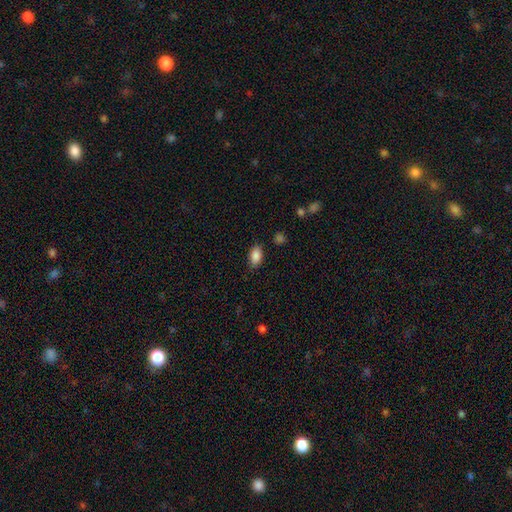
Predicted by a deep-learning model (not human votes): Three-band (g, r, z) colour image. It shows a smooth galaxy with no disk features (87%) that is in between round and cigar-shaped (90%). Merging: none (82%).